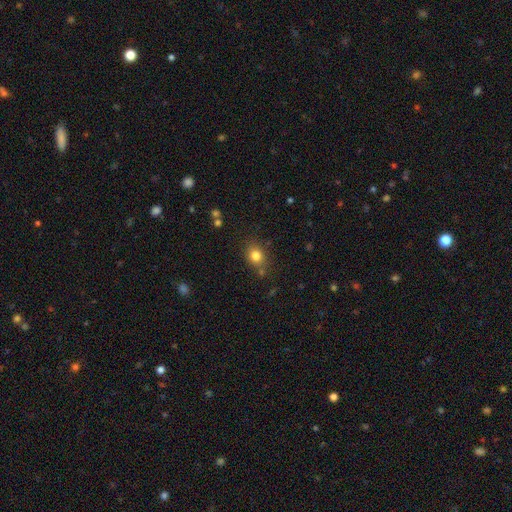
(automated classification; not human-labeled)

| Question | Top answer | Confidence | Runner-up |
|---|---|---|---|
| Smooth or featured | smooth | 80% | star or artifact (12%) |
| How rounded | round | 61% | in between (38%) |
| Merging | none | 76% | minor disturbance (14%) |